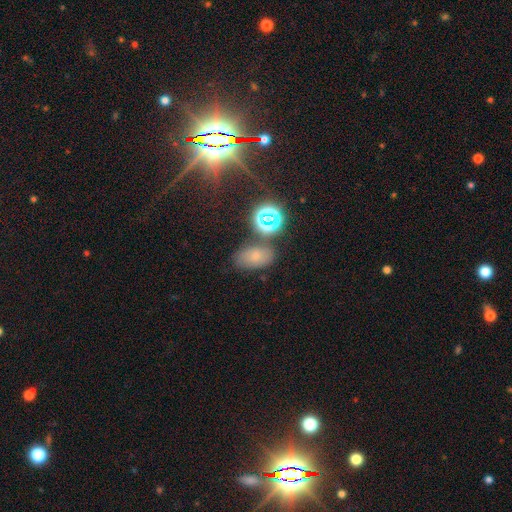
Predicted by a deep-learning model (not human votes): A smooth galaxy with no disk features (63%) that is in between round and cigar-shaped (85%).

Vote fractions:
- Smooth or featured? smooth: 63% / star or artifact: 23% / featured or disk: 14%
- How rounded? in between: 85% / round: 13% / cigar-shaped: 2%
- Merging? none: 71% / minor disturbance: 15% / merger: 9% / major disturbance: 5%